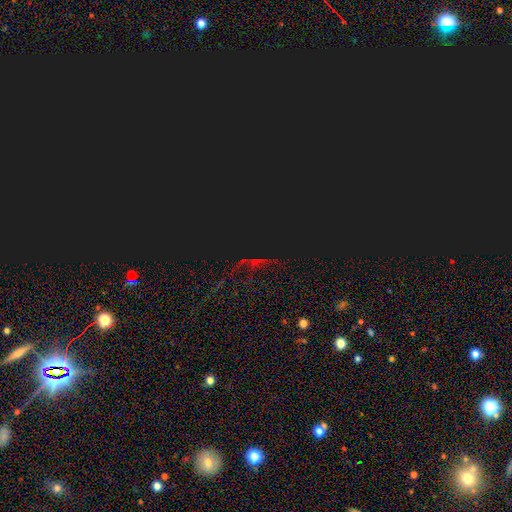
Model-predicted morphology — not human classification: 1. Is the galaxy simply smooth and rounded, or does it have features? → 85% star or artifact, 8% smooth, 7% featured or disk.